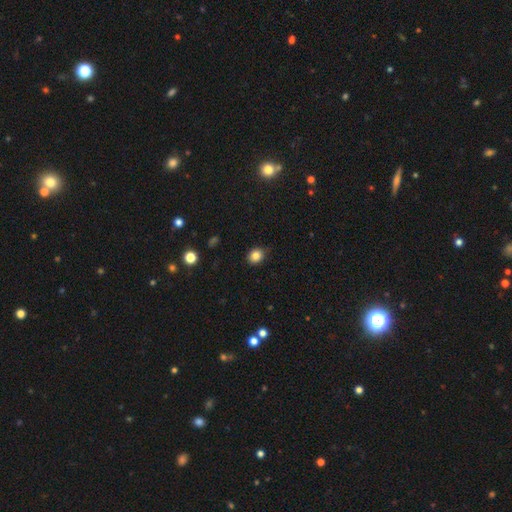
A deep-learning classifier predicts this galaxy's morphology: smooth-or-featured: smooth: 84% | star or artifact: 11% | featured or disk: 5%
  how-rounded: round: 62% | in between: 37% | cigar-shaped: 1%
  merging: none: 84% | minor disturbance: 12% | major disturbance: 2% | merger: 1%